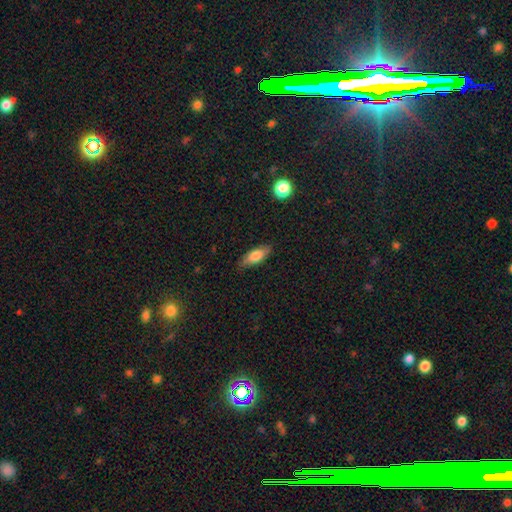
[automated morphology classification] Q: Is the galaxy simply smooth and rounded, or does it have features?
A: smooth — 75%.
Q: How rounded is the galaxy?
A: in between — 68%.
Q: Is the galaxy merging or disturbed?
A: none — 82%.